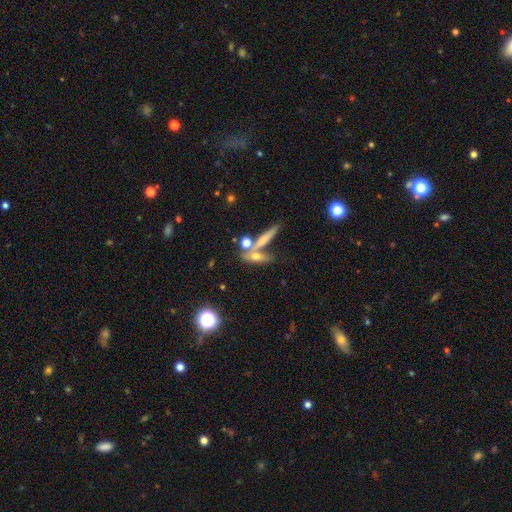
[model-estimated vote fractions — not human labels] Q: Smooth or featured?
A: featured or disk (44%); runner-up: smooth (33%)
Q: Merging?
A: none (52%); runner-up: merger (32%)